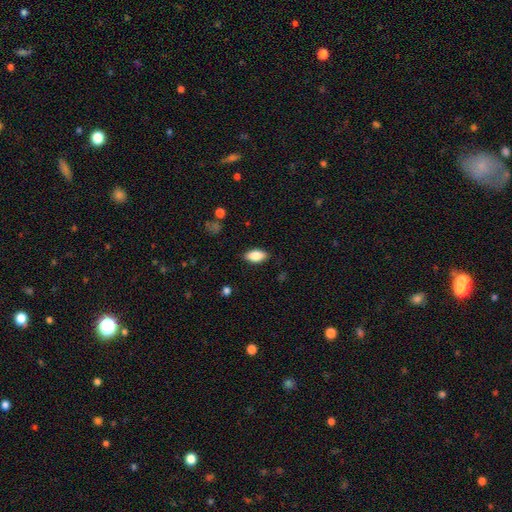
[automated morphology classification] Smooth or featured?
  - smooth: 82% *
  - featured or disk: 11%
  - star or artifact: 7%
How rounded?
  - in between: 91% *
  - cigar-shaped: 6%
  - round: 4%
Merging?
  - none: 86% *
  - minor disturbance: 10%
  - major disturbance: 2%
  - merger: 1%